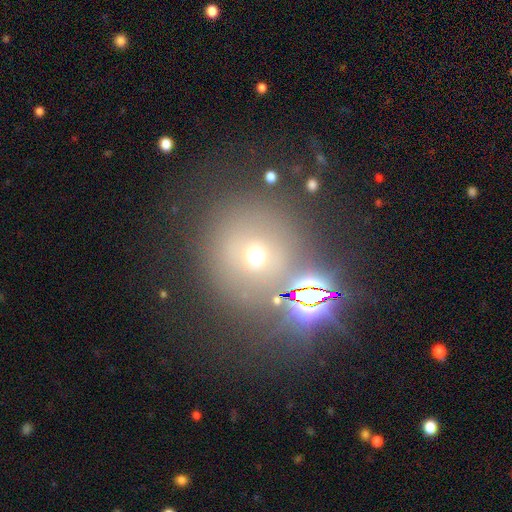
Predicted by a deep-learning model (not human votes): Smooth or featured: smooth — 47% (star or artifact — 35%)
Merging: none — 68% (merger — 12%)